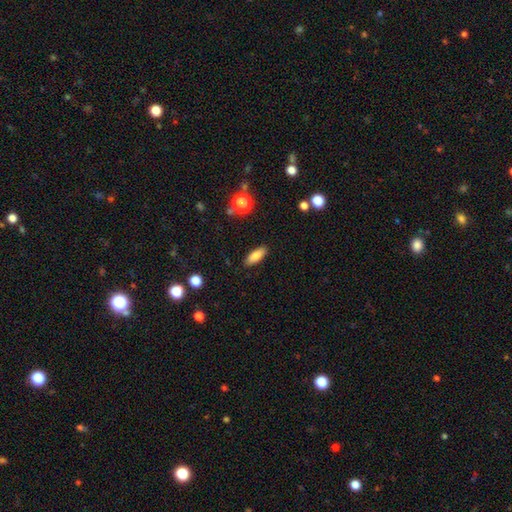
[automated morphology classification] Q: Smooth or featured?
A: smooth (82%); runner-up: featured or disk (10%)
Q: How rounded?
A: in between (70%); runner-up: cigar-shaped (27%)
Q: Merging?
A: none (88%); runner-up: minor disturbance (9%)